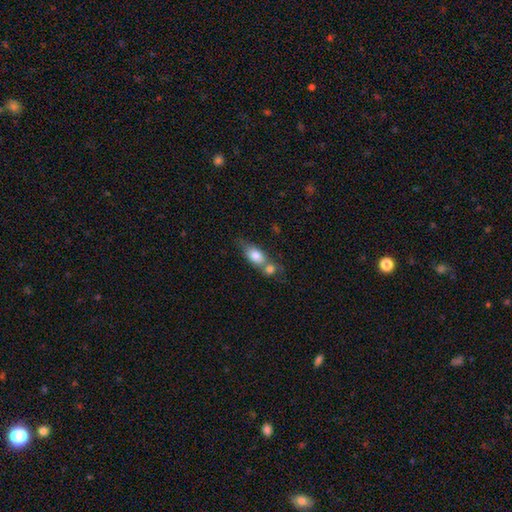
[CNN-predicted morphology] The model was most divided on "merging": merger: 59%, none: 26%, minor disturbance: 10%, major disturbance: 5%. More confident: smooth or featured — smooth (77%); how rounded — in between (74%).